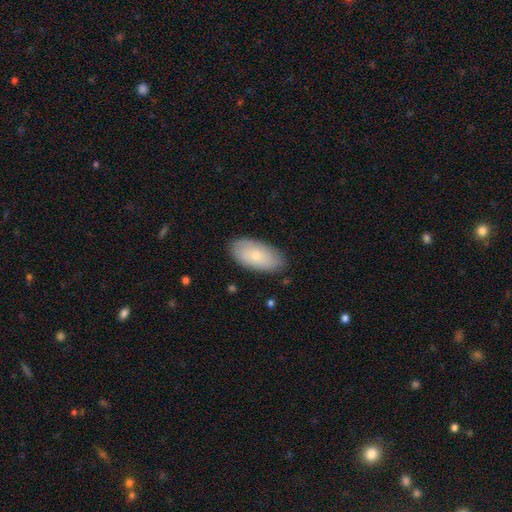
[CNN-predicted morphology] This is likely a smooth galaxy (69%). How rounded: clearly in between (93%). Merging: clearly none (83%).